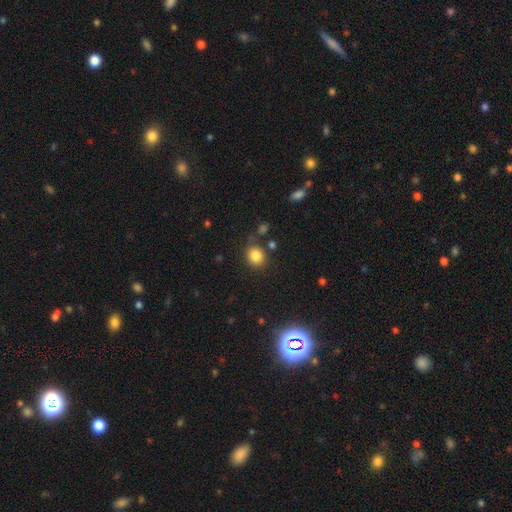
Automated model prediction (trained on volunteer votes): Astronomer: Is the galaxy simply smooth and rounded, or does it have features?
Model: smooth — 84%.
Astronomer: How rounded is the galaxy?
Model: round — 74%.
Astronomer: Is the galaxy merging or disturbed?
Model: none — 80%.